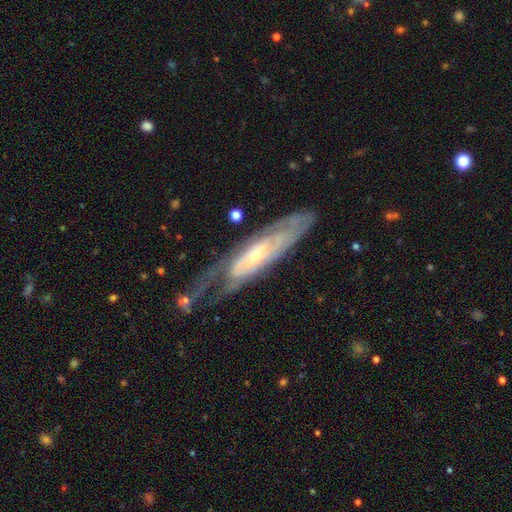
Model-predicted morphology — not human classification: Smooth or featured? featured or disk (78%)
Edge-on disk? no (75%)
Bar? no (63%)
Spiral arms? yes (82%)
Bulge size? small (65%)
Merging? none (51%)